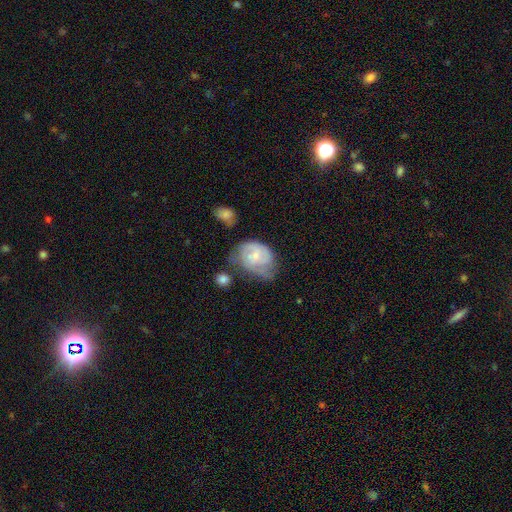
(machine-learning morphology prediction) A featured or disk galaxy (56%) with no bar (67%), spiral arms (76%) and a small central bulge (63%).

Vote fractions:
- Smooth or featured? featured or disk: 56% / smooth: 37% / star or artifact: 6%
- Edge-on disk? no: 97% / yes: 3%
- Bar? no: 67% / weak: 29% / strong: 4%
- Spiral arms? yes: 76% / no: 24%
- Bulge size? small: 63% / moderate: 31% / none: 4% / large: 2% / dominant: 1%
- Merging? none: 36% / minor disturbance: 34% / major disturbance: 22% / merger: 8%